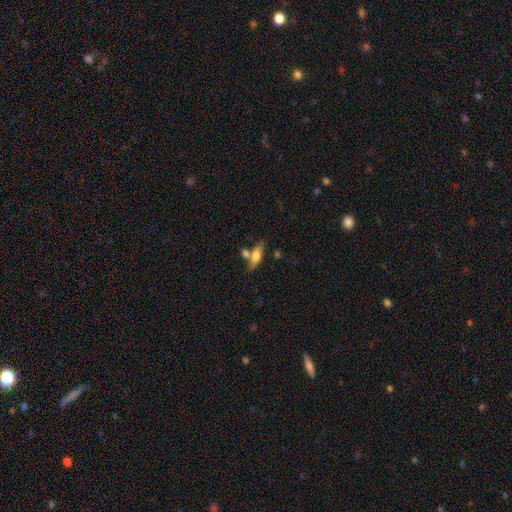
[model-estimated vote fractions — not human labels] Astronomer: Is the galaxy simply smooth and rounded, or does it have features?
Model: smooth — 60%.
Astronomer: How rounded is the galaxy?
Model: in between — 50% (runner-up: cigar-shaped, 46%).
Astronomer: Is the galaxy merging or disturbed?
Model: none — 57%.